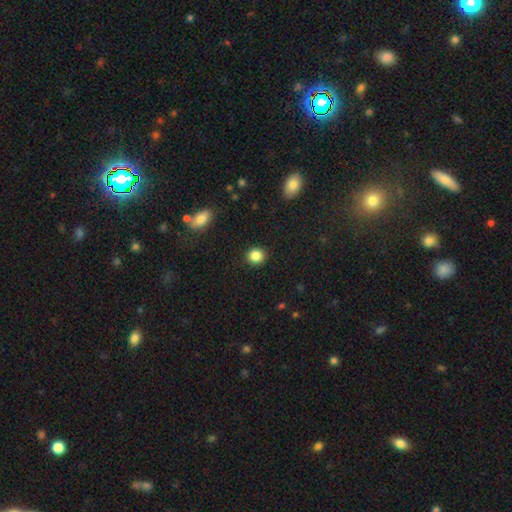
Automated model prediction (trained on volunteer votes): smooth 87%, star or artifact 10%, featured or disk 4%. Down the decision tree: how rounded — round (87%); merging — none (91%).